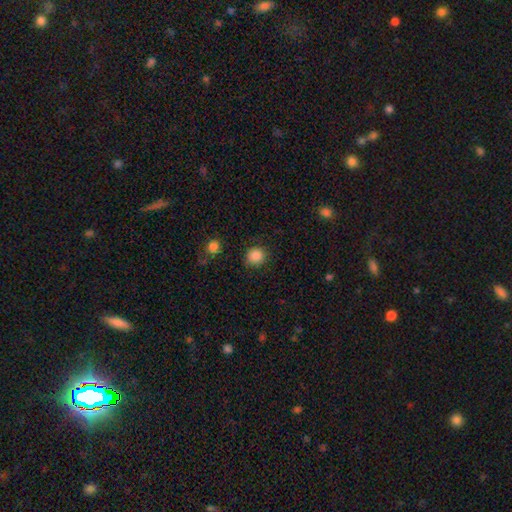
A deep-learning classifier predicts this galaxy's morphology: Smooth or featured: smooth — 87% (star or artifact — 10%)
How rounded: round — 87% (in between — 12%)
Merging: none — 86% (minor disturbance — 9%)